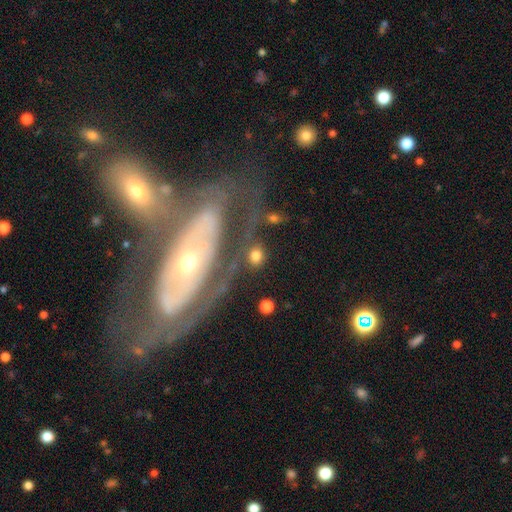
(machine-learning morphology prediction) This is likely a smooth galaxy (66%). How rounded: likely round (70%). Merging: likely none (62%).